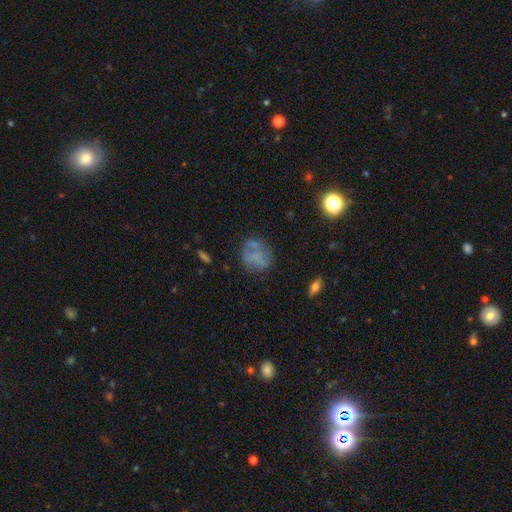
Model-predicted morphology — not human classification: Smooth or featured? Predicted: smooth (p=0.50). Merging? Predicted: none (p=0.57).